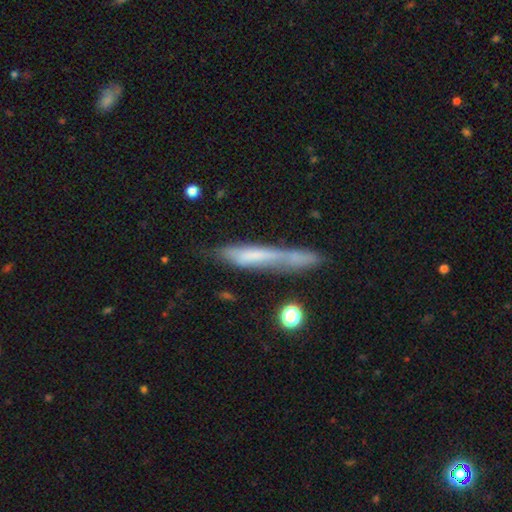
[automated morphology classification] smooth-or-featured: smooth: 51% | featured or disk: 40% | star or artifact: 9%
  how-rounded: cigar-shaped: 90% | in between: 8% | round: 2%
  merging: none: 45% | minor disturbance: 26% | major disturbance: 15% | merger: 14%